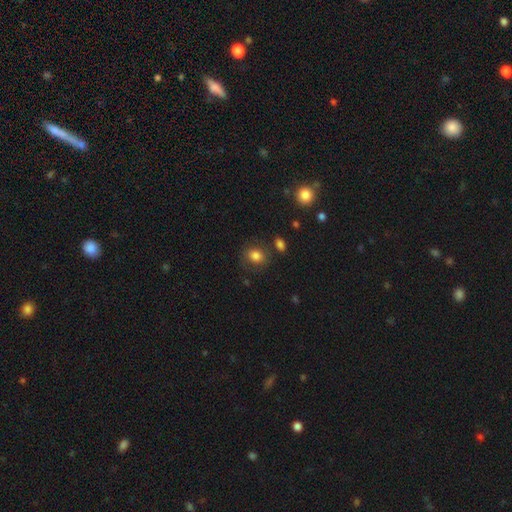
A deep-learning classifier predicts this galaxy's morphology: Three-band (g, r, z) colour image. It shows a smooth galaxy with no disk features (81%) that is round (60%). Merging: none (76%).